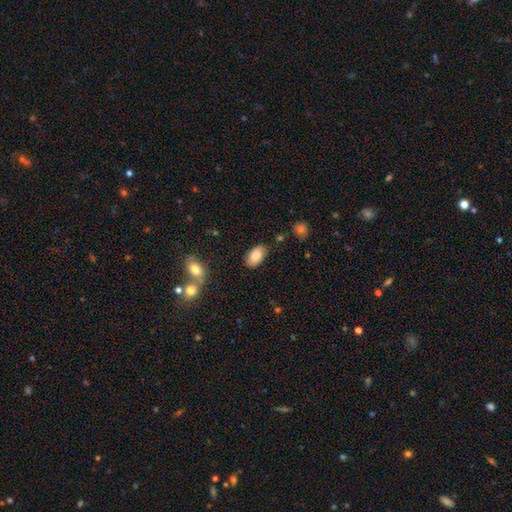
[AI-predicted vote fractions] Smooth or featured?
  - smooth: 80% *
  - featured or disk: 11%
  - star or artifact: 8%
How rounded?
  - in between: 94% *
  - round: 5%
  - cigar-shaped: 2%
Merging?
  - none: 74% *
  - minor disturbance: 18%
  - major disturbance: 4%
  - merger: 3%